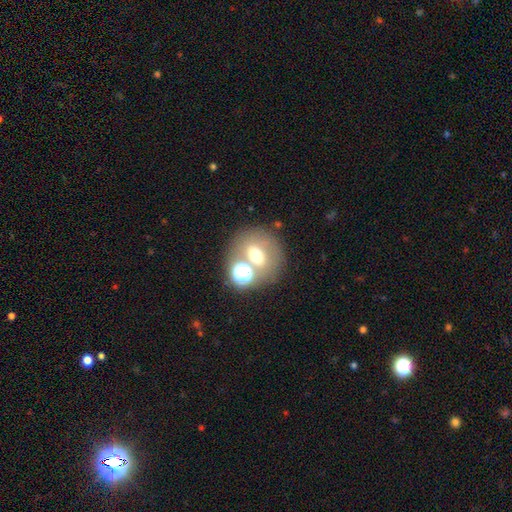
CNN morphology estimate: smooth 56%, featured or disk 26%, star or artifact 18%. Down the decision tree: how rounded — round (63%); merging — none (50%).